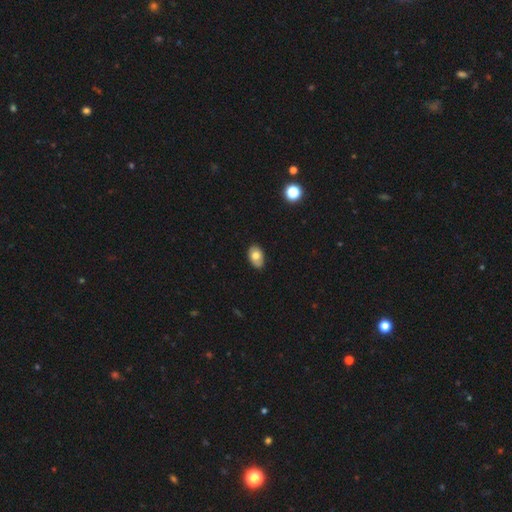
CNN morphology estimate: smooth_or_featured: smooth (p=0.73) [alt: featured or disk p=0.19]
how_rounded: in between (p=0.86) [alt: round p=0.12]
merging: none (p=0.79) [alt: minor disturbance p=0.17]